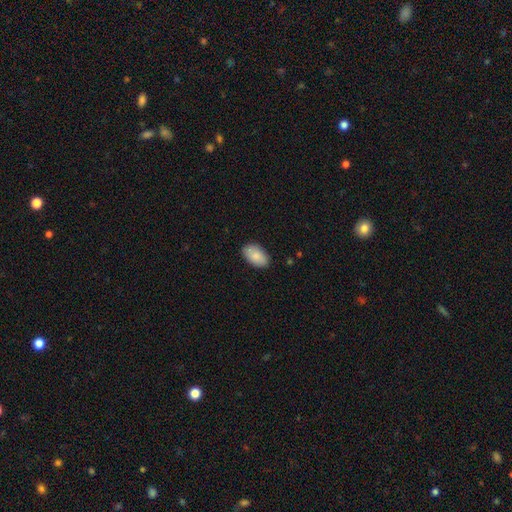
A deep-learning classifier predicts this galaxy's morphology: A smooth galaxy with no disk features (86%) that is in between round and cigar-shaped (95%). Merging: none (86%).